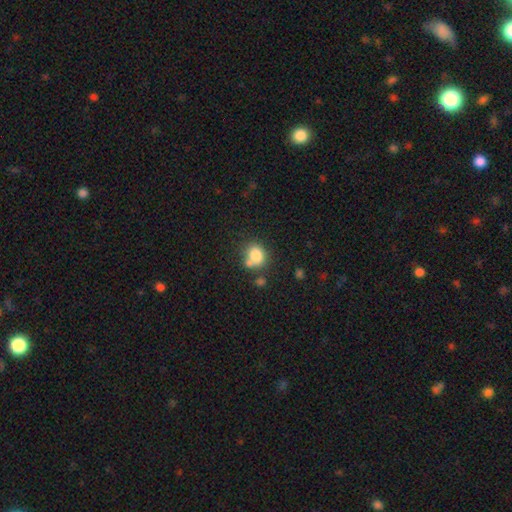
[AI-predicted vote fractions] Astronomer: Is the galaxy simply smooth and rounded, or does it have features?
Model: smooth — 80%.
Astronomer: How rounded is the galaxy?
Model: round — 64%.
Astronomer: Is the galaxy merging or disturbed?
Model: none — 52%.